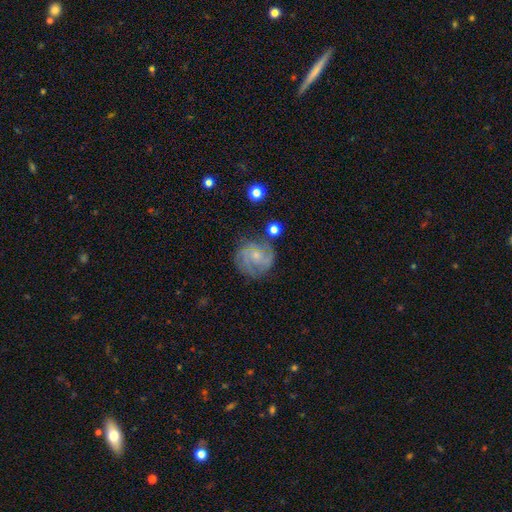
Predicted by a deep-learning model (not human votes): A featured or disk galaxy (74%) with no bar (66%), 2 (34%) tight (53%) spiral arms (93%) and a small central bulge (62%).

Vote fractions:
- Smooth or featured? featured or disk: 74% / smooth: 19% / star or artifact: 7%
- Edge-on disk? no: 98% / yes: 2%
- Bar? no: 66% / weak: 30% / strong: 4%
- Spiral arms? yes: 93% / no: 7%
- Spiral winding? tight: 53% / medium: 37% / loose: 10%
- Spiral arm count? 2: 34% / 3: 26% / can't tell: 24% / 4: 6% / 1: 5% / more than 4: 4%
- Bulge size? small: 62% / moderate: 28% / none: 8% / large: 2% / dominant: 1%
- Merging? none: 73% / minor disturbance: 17% / major disturbance: 7% / merger: 3%